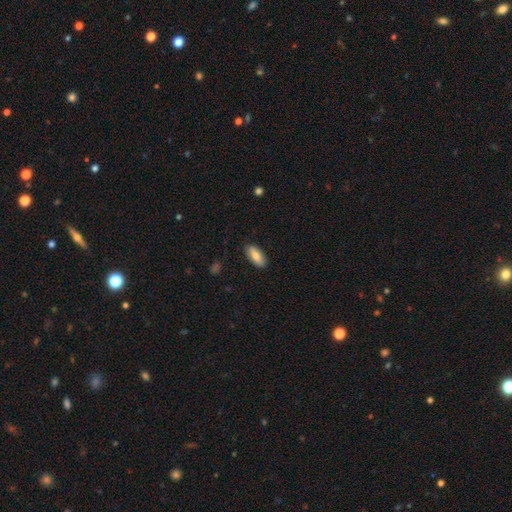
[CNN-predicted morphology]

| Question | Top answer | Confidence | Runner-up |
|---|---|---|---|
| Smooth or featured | smooth | 73% | featured or disk (21%) |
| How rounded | in between | 86% | cigar-shaped (12%) |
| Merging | none | 86% | minor disturbance (11%) |